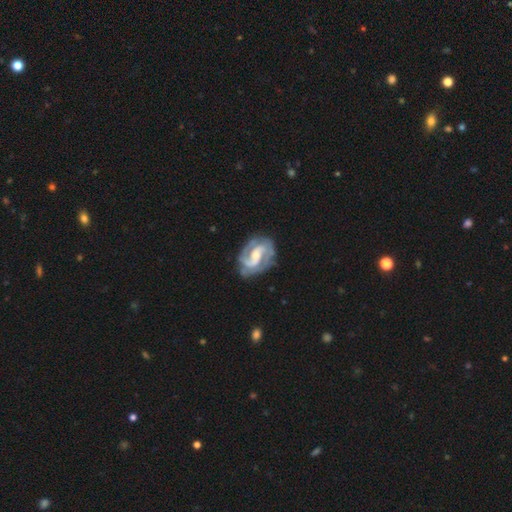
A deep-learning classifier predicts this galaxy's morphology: Smooth or featured? featured or disk (90%)
Edge-on disk? no (98%)
Bar? weak (48%)
Spiral arms? yes (97%)
Spiral winding? medium (51%)
Spiral arm count? 2 (85%)
Bulge size? moderate (52%)
Merging? none (74%)